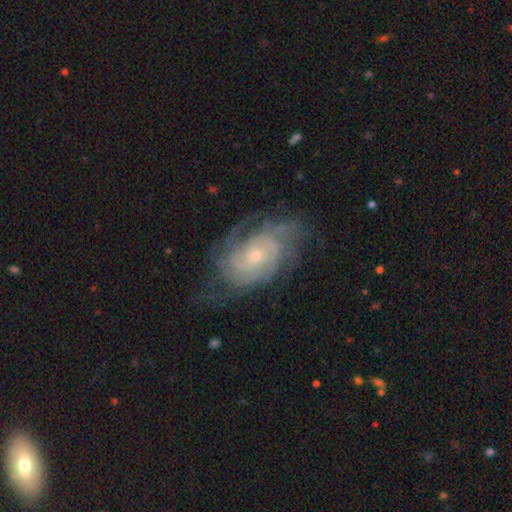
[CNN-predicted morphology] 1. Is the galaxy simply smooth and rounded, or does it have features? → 86% featured or disk, 8% smooth, 6% star or artifact.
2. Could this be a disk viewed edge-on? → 97% no, 3% yes.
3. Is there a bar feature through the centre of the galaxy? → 72% no, 23% weak, 5% strong.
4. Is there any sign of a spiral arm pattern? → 96% yes, 4% no.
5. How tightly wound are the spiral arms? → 65% tight, 28% medium, 7% loose.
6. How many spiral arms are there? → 32% can't tell, 26% 2, 17% 3, 13% 4, 6% more than 4, 5% 1.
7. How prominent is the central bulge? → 70% small, 26% moderate, 2% none, 2% large, 1% dominant.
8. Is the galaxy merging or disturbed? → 65% none, 21% minor disturbance, 13% major disturbance, 1% merger.